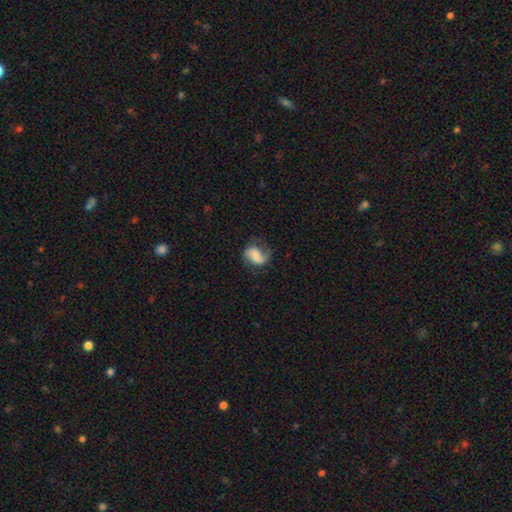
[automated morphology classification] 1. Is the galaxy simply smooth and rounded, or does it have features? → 52% featured or disk, 39% smooth, 8% star or artifact.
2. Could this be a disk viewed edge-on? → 97% no, 3% yes.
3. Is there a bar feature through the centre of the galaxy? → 41% no, 38% weak, 21% strong.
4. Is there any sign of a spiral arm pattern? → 88% yes, 12% no.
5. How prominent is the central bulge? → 32% none, 23% small, 22% moderate, 18% large, 5% dominant.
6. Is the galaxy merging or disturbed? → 55% none, 25% minor disturbance, 18% major disturbance, 2% merger.